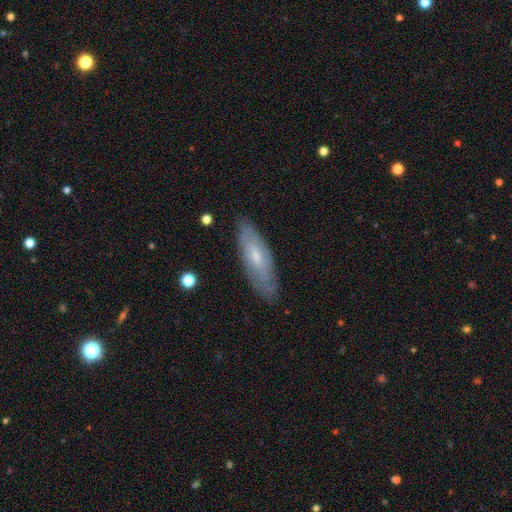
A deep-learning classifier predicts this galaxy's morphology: Smooth or featured? Predicted: featured or disk (p=0.50). Edge-on disk? Predicted: no (p=0.69). Merging? Predicted: none (p=0.81).